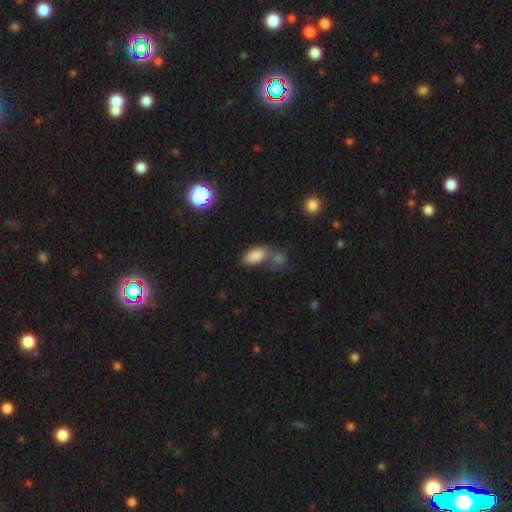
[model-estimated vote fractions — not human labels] A smooth galaxy with no disk features (84%) that is in between round and cigar-shaped (92%).

Vote fractions:
- Smooth or featured? smooth: 84% / star or artifact: 10% / featured or disk: 6%
- How rounded? in between: 92% / round: 5% / cigar-shaped: 3%
- Merging? none: 43% / merger: 37% / minor disturbance: 13% / major disturbance: 6%